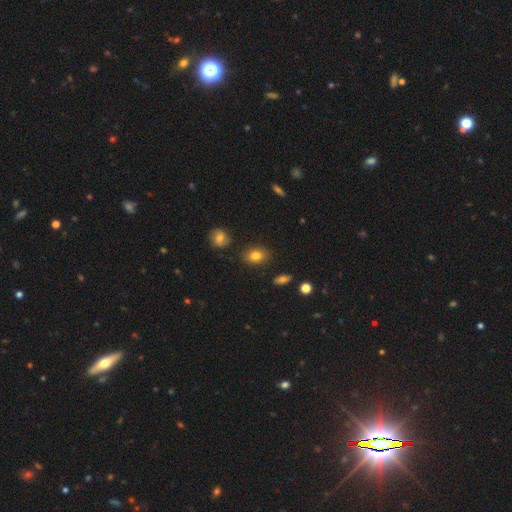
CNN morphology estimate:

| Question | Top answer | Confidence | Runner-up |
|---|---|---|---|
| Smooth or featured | smooth | 81% | star or artifact (11%) |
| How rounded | in between | 69% | round (29%) |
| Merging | none | 85% | minor disturbance (10%) |